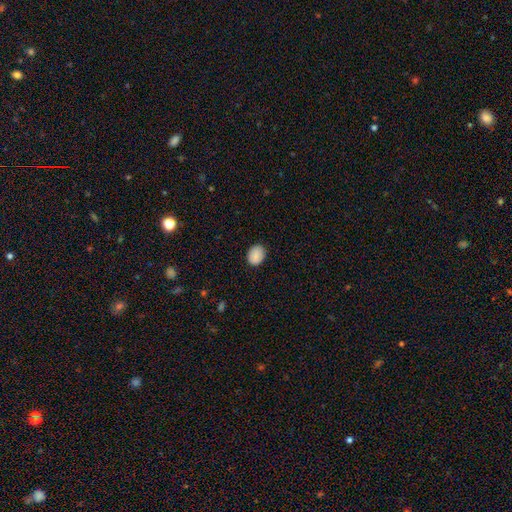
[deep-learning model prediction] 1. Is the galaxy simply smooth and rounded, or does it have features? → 87% smooth, 8% star or artifact, 5% featured or disk.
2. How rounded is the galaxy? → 56% in between, 44% round, 1% cigar-shaped.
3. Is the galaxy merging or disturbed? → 86% none, 11% minor disturbance, 2% major disturbance, 1% merger.